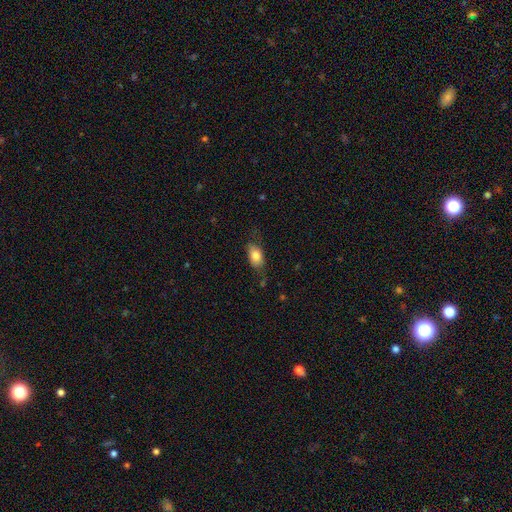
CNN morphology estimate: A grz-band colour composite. It shows a smooth galaxy with no disk features (79%) that is in between round and cigar-shaped (86%). Merging: none (66%).